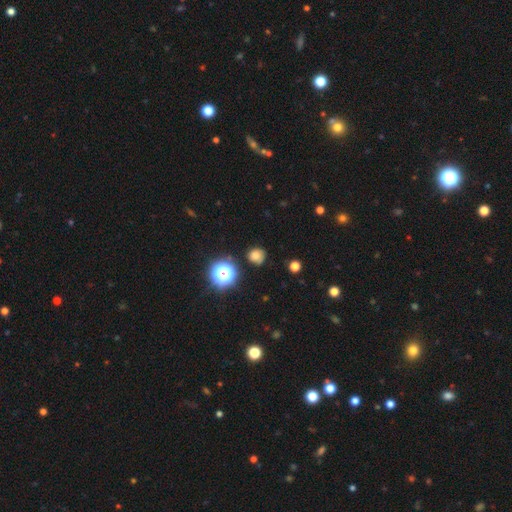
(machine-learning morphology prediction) The model was most divided on "smooth or featured": smooth: 74%, star or artifact: 20%, featured or disk: 6%. More confident: how rounded — round (88%); merging — none (82%).